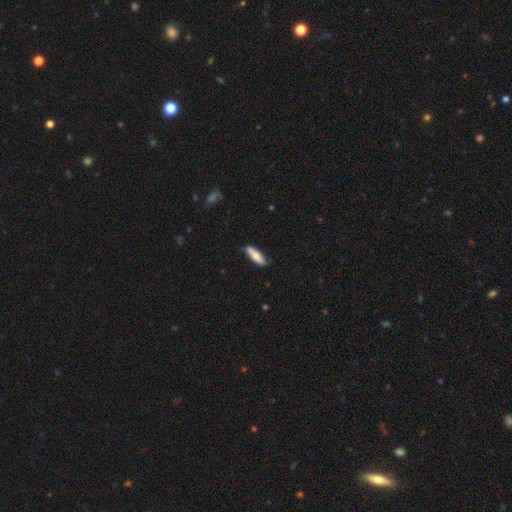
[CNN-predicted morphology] Overall: smooth (71%). How rounded: cigar-shaped (58%; in between 40%). Merging: none (73%).